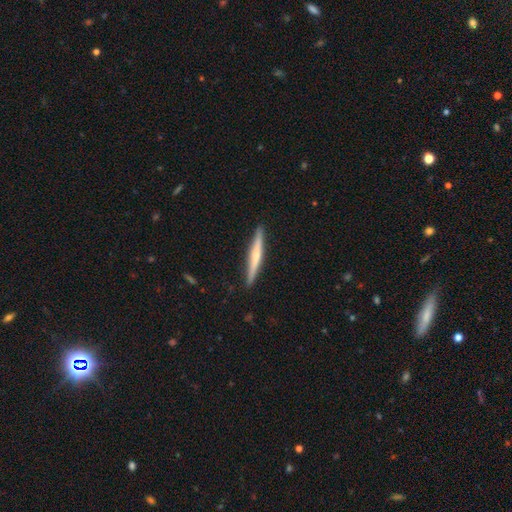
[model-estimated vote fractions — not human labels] Overall: featured or disk (55%; smooth 40%). Edge-on disk: yes (97%). Edge-on bulge: rounded (56%; none 35%). Merging: none (91%).